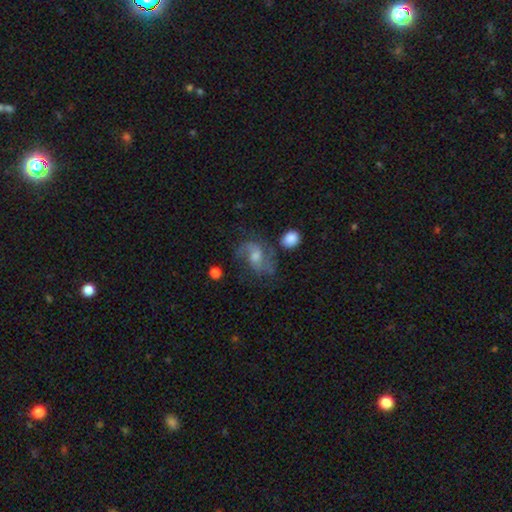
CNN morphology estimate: The model was most divided on "bar": no: 50%, weak: 41%, strong: 9%. Remaining: edge-on disk — no (97%); spiral arms — yes (92%); spiral arm count — 2 (76%); smooth or featured — featured or disk (74%); merging — none (59%); bulge size — moderate (55%); spiral winding — medium (47%).